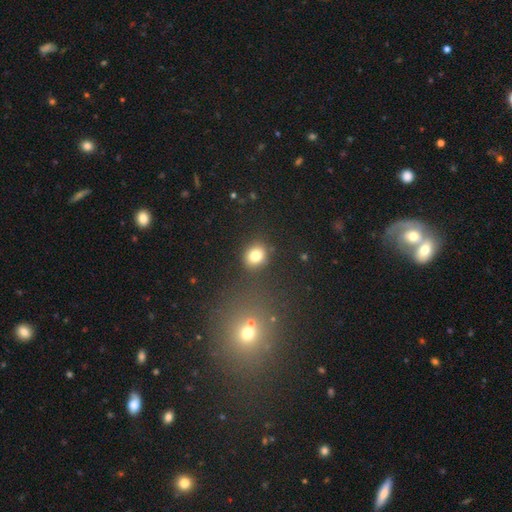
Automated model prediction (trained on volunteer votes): smooth 79%, star or artifact 13%, featured or disk 8%. Down the decision tree: how rounded — round (70%); merging — none (84%).